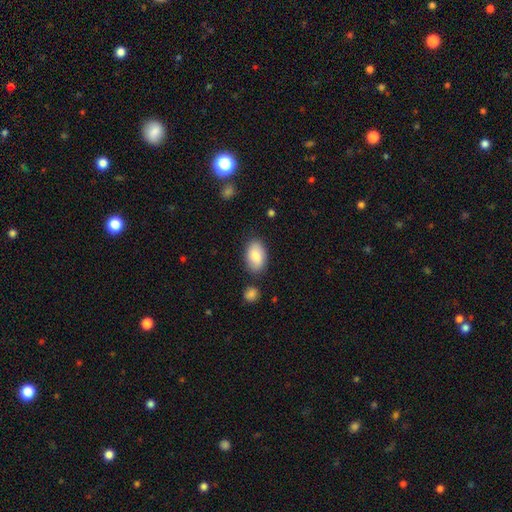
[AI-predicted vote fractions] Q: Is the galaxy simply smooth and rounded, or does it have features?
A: smooth — 84%.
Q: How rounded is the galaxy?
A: in between — 93%.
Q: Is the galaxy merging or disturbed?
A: none — 80%.